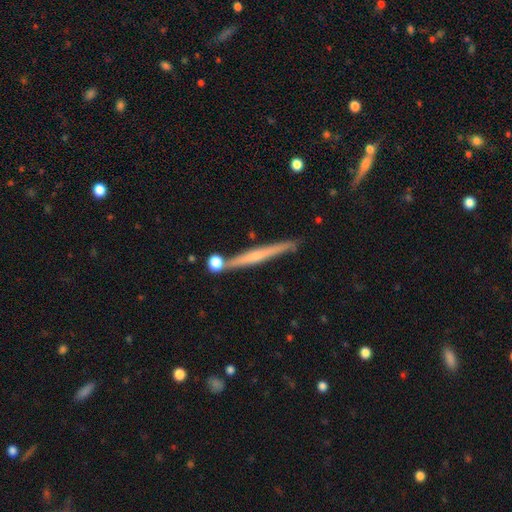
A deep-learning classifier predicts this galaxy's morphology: type=featured or disk (57%); edge-on=yes (97%); edge-on bulge=none (52%); merging=none (81%).